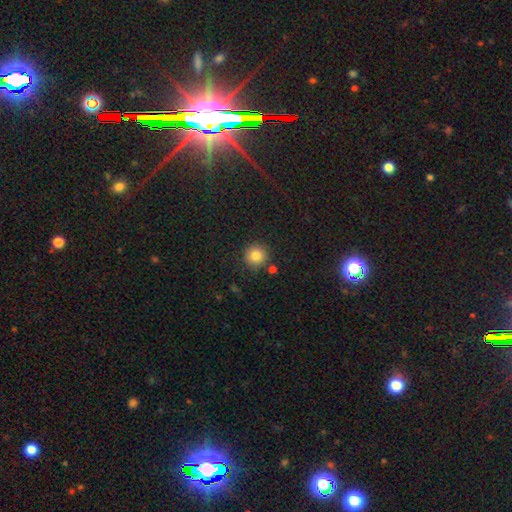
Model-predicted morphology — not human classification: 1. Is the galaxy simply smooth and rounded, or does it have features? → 83% smooth, 11% star or artifact, 6% featured or disk.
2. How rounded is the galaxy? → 94% round, 5% in between, 1% cigar-shaped.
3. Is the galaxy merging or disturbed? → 85% none, 8% minor disturbance, 4% merger, 3% major disturbance.